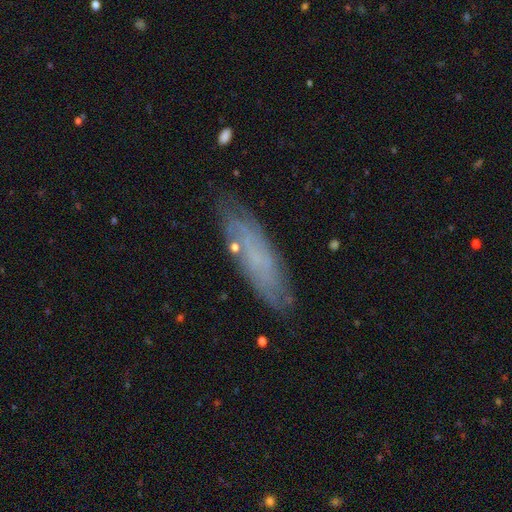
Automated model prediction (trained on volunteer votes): Smooth or featured? featured or disk (47%)
Merging? none (79%)